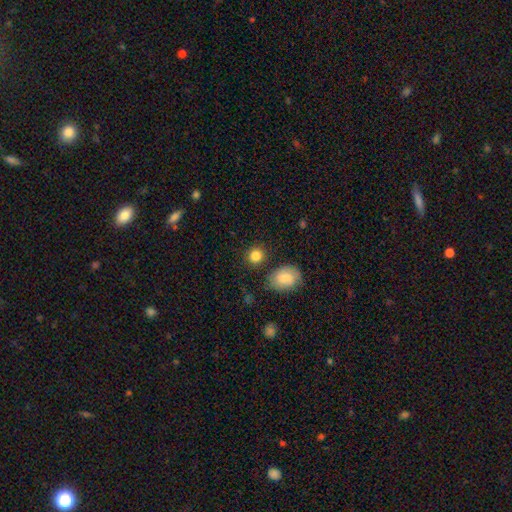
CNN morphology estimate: Overall: smooth (85%). How rounded: round (82%). Merging: none (83%).